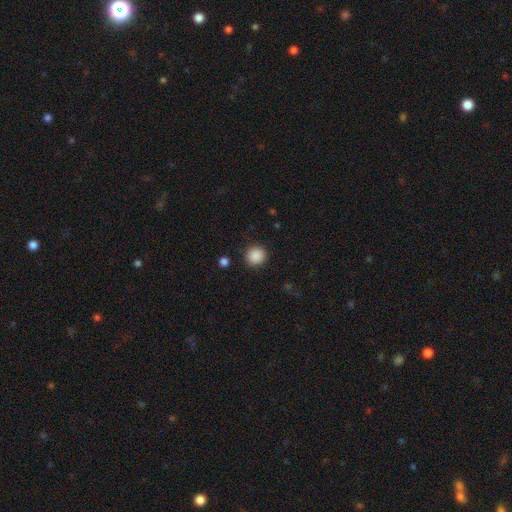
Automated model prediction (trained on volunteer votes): Smooth or featured? Predicted: smooth (p=0.89). How rounded? Predicted: round (p=0.93). Merging? Predicted: none (p=0.90).